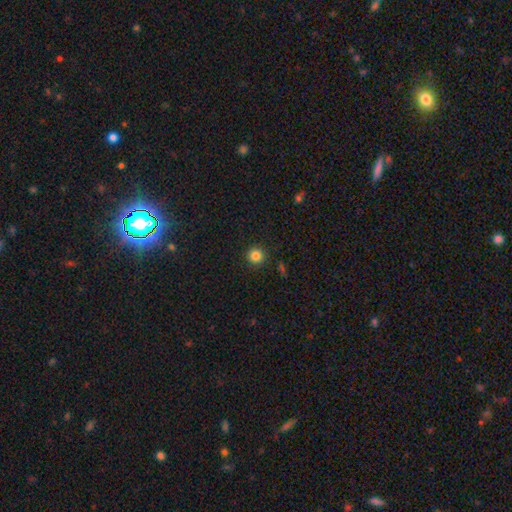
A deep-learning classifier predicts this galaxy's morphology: Smooth or featured? Predicted: smooth (p=0.84). How rounded? Predicted: round (p=0.95). Merging? Predicted: none (p=0.92).